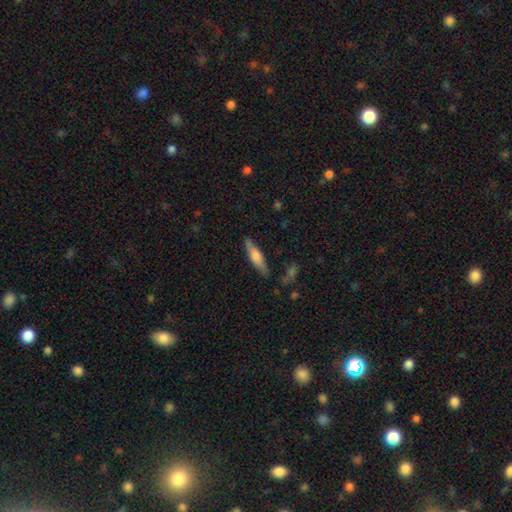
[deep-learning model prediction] This appears to be a smooth galaxy with no disk features (54%) that is cigar-shaped (72%). Merging: none (78%).